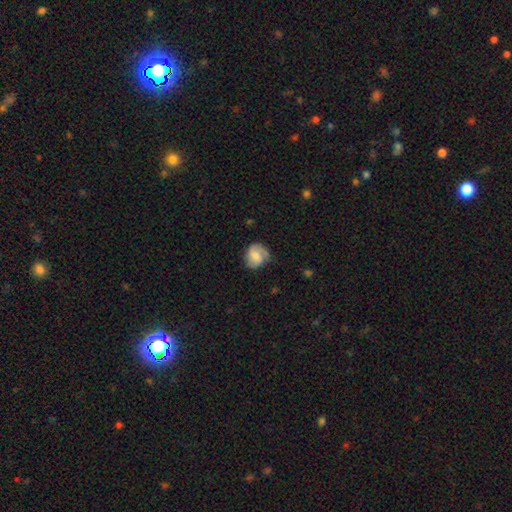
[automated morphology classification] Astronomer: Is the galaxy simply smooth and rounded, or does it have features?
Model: smooth — 47% (runner-up: featured or disk, 46%).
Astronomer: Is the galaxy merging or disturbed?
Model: none — 64%.